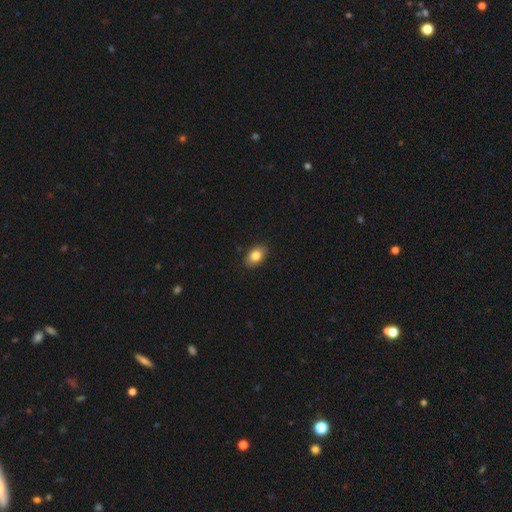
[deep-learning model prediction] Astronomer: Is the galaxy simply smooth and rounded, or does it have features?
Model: smooth — 82%.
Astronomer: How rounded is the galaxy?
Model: in between — 86%.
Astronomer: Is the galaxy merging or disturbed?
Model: none — 89%.